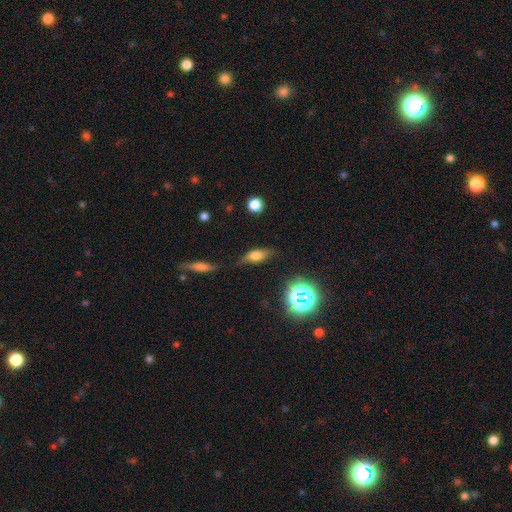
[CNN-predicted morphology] The model was most divided on "smooth or featured": smooth: 55%, featured or disk: 30%, star or artifact: 15%. More confident: merging — none (71%); how rounded — in between (64%).